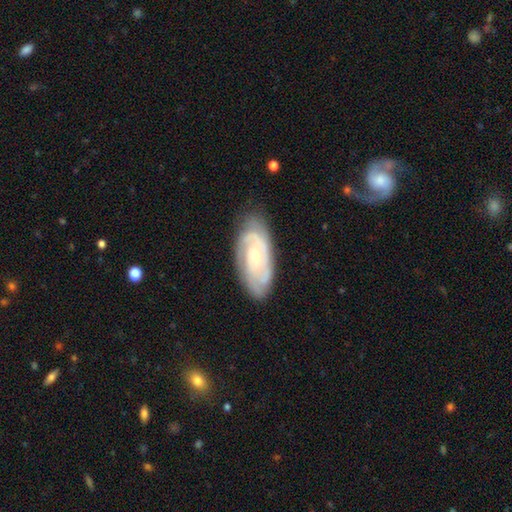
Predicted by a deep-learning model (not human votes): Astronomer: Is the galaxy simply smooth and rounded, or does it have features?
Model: featured or disk — 79%.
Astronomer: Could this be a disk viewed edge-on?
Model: no — 94%.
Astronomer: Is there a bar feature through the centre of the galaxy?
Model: no — 72%.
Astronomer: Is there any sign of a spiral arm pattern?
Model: yes — 93%.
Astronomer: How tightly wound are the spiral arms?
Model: tight — 69%.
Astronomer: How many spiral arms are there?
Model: can't tell — 36% (runner-up: 2, 31%).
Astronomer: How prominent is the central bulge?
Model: small — 67%.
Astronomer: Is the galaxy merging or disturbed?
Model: none — 77%.